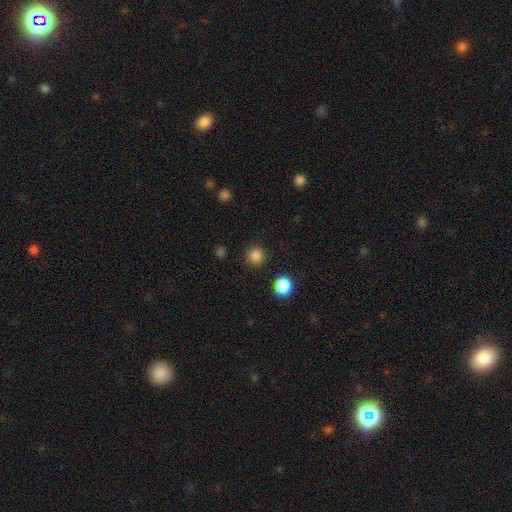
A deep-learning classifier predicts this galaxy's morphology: smooth_or_featured: smooth (p=0.84) [alt: star or artifact p=0.13]
how_rounded: round (p=0.95) [alt: in between p=0.04]
merging: none (p=0.90) [alt: minor disturbance p=0.06]